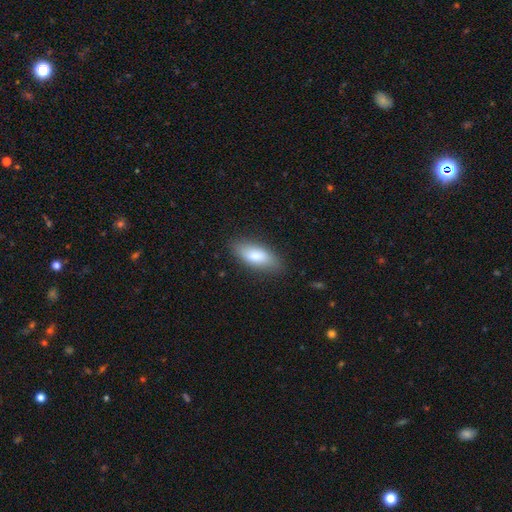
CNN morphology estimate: smooth 81%, featured or disk 13%, star or artifact 6%. Down the decision tree: how rounded — in between (79%); merging — none (82%).